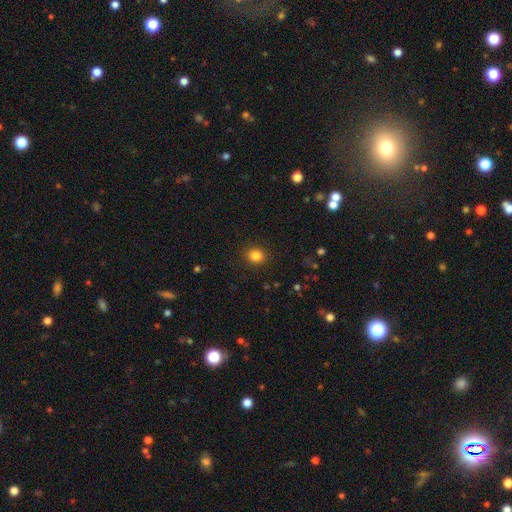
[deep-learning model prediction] Overall: smooth (84%). How rounded: round (77%). Merging: none (90%).